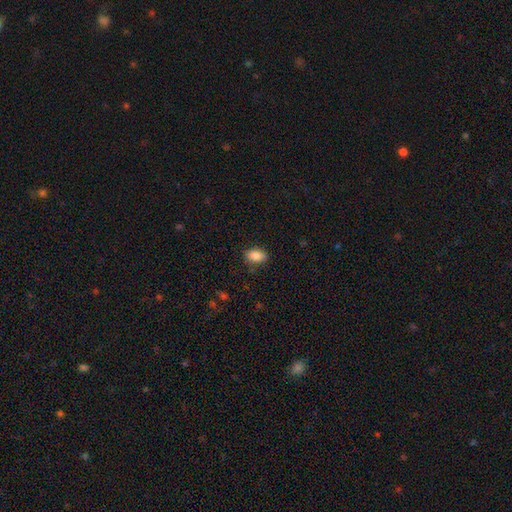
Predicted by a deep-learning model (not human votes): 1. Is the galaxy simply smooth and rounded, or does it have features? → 88% smooth, 8% star or artifact, 4% featured or disk.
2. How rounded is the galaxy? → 87% in between, 11% round, 2% cigar-shaped.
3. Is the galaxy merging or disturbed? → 85% none, 11% minor disturbance, 3% major disturbance, 1% merger.